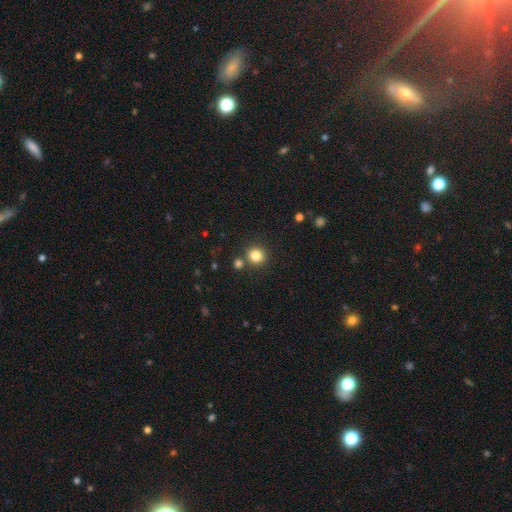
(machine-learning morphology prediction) smooth-or-featured: smooth: 83% | star or artifact: 12% | featured or disk: 5%
  how-rounded: round: 91% | in between: 8% | cigar-shaped: 1%
  merging: none: 83% | merger: 9% | minor disturbance: 6% | major disturbance: 2%